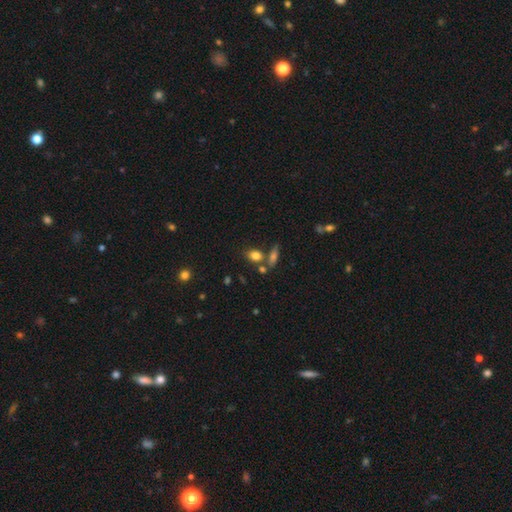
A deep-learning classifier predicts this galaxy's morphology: The model was most divided on "merging": none: 59%, merger: 24%, minor disturbance: 12%, major disturbance: 4%. More confident: smooth or featured — smooth (79%); how rounded — in between (66%).